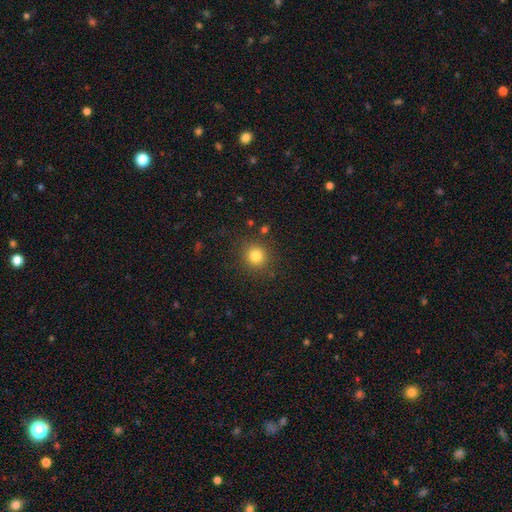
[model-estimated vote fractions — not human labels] Smooth or featured? smooth (81%)
How rounded? round (90%)
Merging? none (87%)